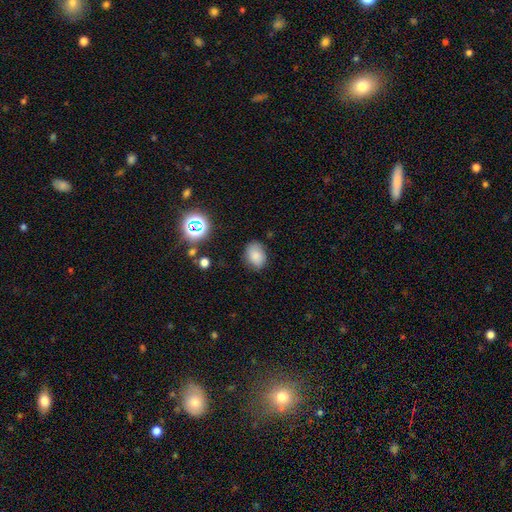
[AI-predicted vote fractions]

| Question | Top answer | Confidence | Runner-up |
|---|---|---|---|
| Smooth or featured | smooth | 81% | star or artifact (11%) |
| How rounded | in between | 70% | round (29%) |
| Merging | none | 77% | minor disturbance (17%) |